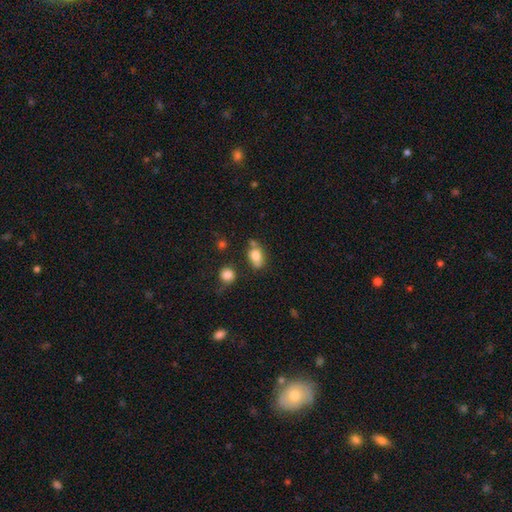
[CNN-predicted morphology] Q: Smooth or featured?
A: smooth (79%); runner-up: featured or disk (11%)
Q: How rounded?
A: in between (83%); runner-up: round (15%)
Q: Merging?
A: none (56%); runner-up: minor disturbance (22%)